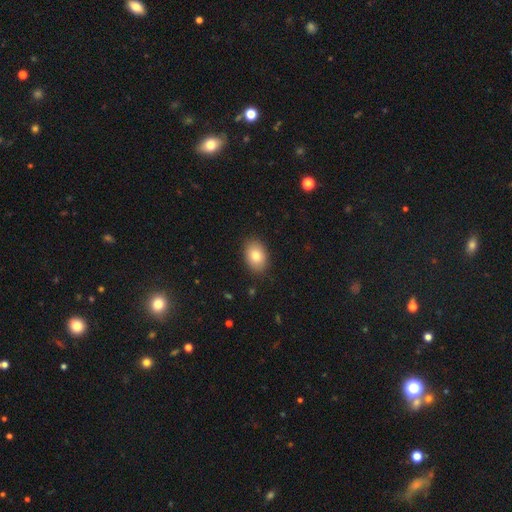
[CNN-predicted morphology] smooth_or_featured: smooth (p=0.81) [alt: featured or disk p=0.11]
how_rounded: in between (p=0.80) [alt: round p=0.19]
merging: none (p=0.88) [alt: minor disturbance p=0.09]